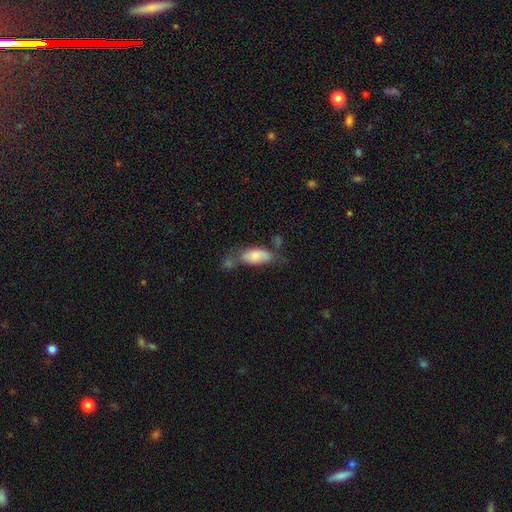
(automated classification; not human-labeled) smooth_or_featured: smooth (p=0.74) [alt: featured or disk p=0.19]
how_rounded: in between (p=0.85) [alt: cigar-shaped p=0.13]
merging: none (p=0.35) [alt: merger p=0.26]